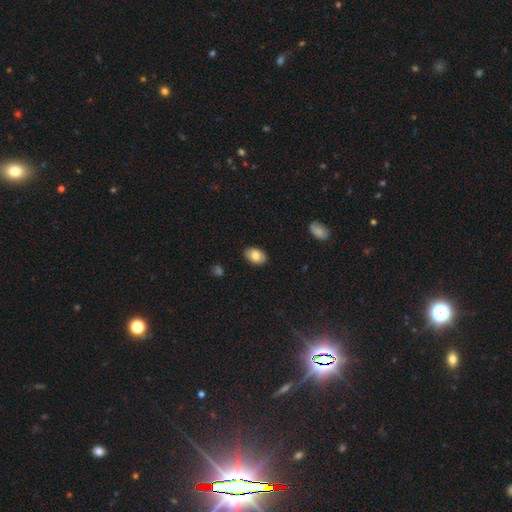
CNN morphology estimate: Smooth or featured: smooth — 81% (featured or disk — 12%)
How rounded: in between — 89% (round — 10%)
Merging: none — 87% (minor disturbance — 10%)